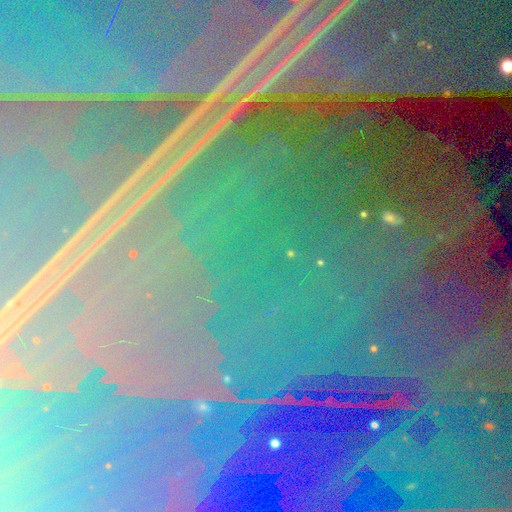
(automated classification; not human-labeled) This is clearly a star or artifact rather than a galaxy (88%).